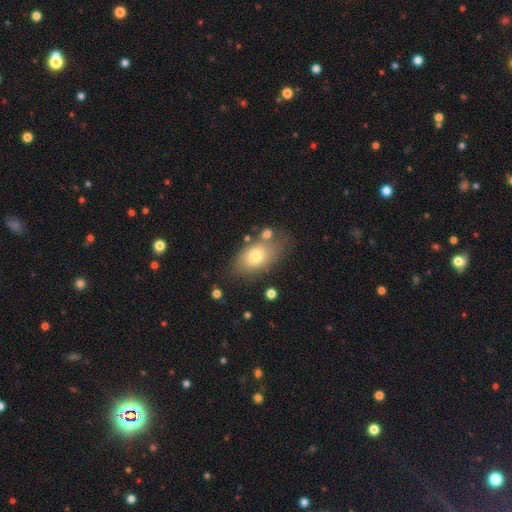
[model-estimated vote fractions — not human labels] The model was most divided on "merging": none: 66%, minor disturbance: 18%, merger: 10%, major disturbance: 7%. More confident: how rounded — in between (86%); smooth or featured — smooth (73%).